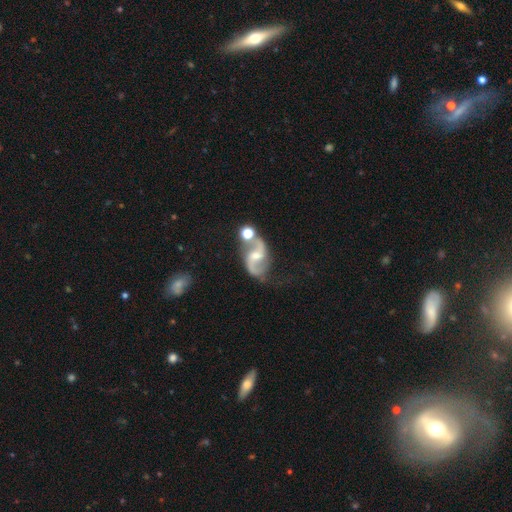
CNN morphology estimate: Smooth or featured: featured or disk — 88% (smooth — 6%)
Edge-on disk: no — 98% (yes — 2%)
Bar: weak — 49% (no — 32%)
Spiral arms: yes — 96% (no — 4%)
Spiral winding: loose — 59% (medium — 34%)
Spiral arm count: 2 — 94% (can't tell — 2%)
Bulge size: moderate — 48% (small — 39%)
Merging: none — 57% (merger — 18%)